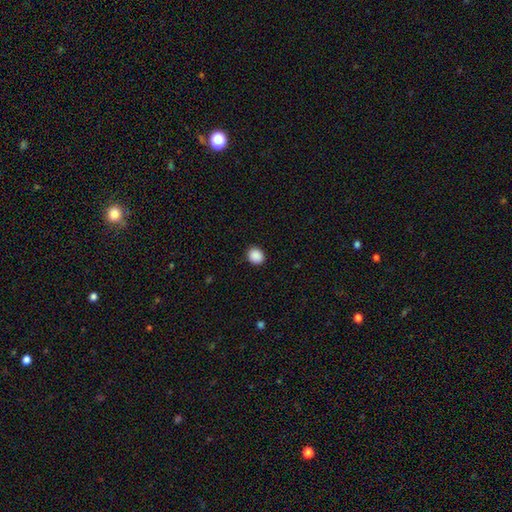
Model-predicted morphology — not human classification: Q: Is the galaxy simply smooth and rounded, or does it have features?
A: smooth — 89%.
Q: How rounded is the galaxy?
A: round — 72%.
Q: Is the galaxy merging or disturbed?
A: none — 91%.